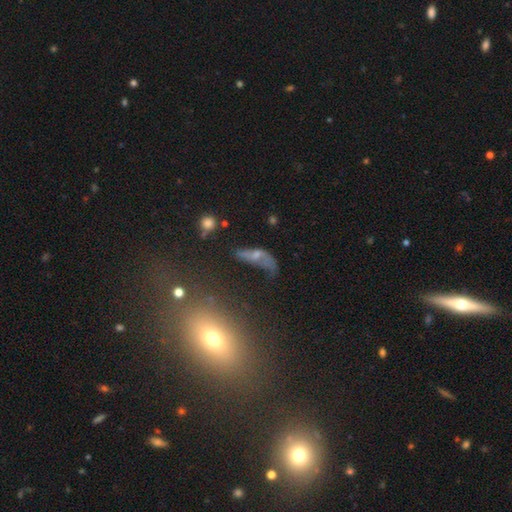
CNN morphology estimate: type=featured or disk (45%); merging=major disturbance (38%).